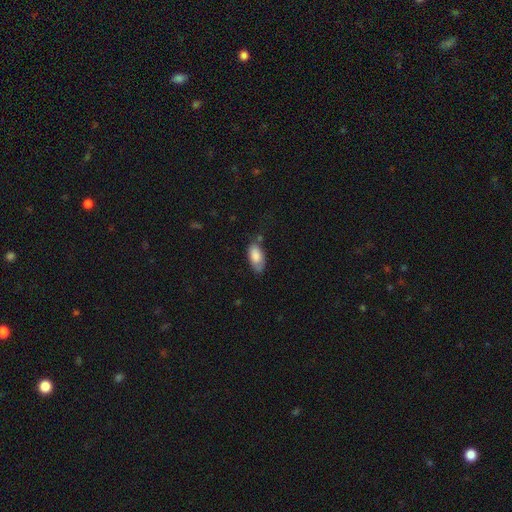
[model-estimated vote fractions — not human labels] Smooth or featured? smooth (80%)
How rounded? in between (92%)
Merging? none (56%)